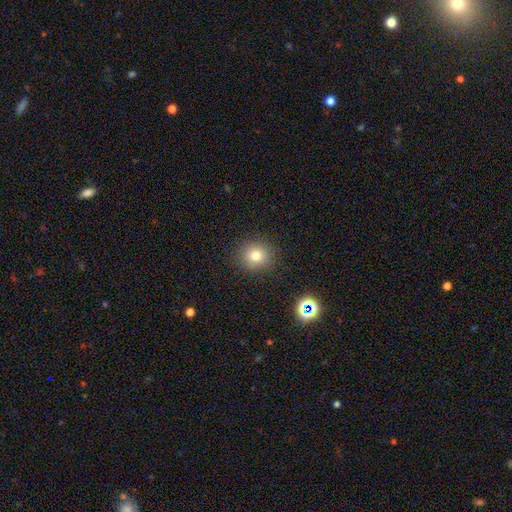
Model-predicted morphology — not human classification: Smooth or featured: smooth — 76% (star or artifact — 15%)
How rounded: round — 90% (in between — 9%)
Merging: none — 89% (minor disturbance — 7%)